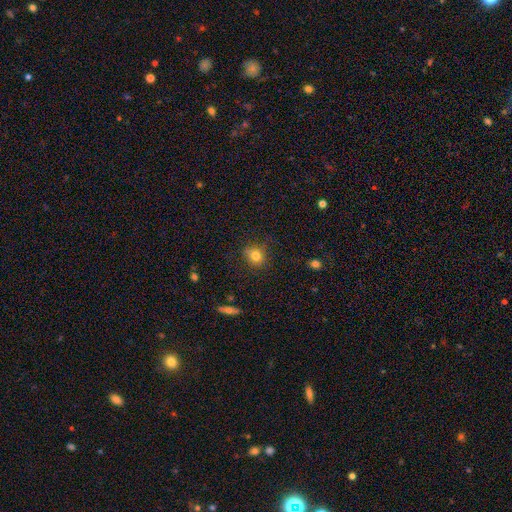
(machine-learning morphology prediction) A smooth galaxy with no disk features (79%) that is round (76%).

Vote fractions:
- Smooth or featured? smooth: 79% / star or artifact: 13% / featured or disk: 9%
- How rounded? round: 76% / in between: 22% / cigar-shaped: 1%
- Merging? none: 79% / minor disturbance: 15% / major disturbance: 4% / merger: 2%